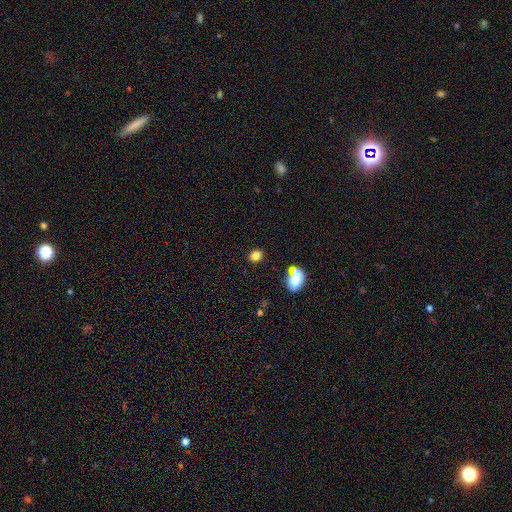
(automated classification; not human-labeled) A smooth galaxy with no disk features (82%) that is round (54%).

Vote fractions:
- Smooth or featured? smooth: 82% / star or artifact: 12% / featured or disk: 5%
- How rounded? round: 54% / in between: 45% / cigar-shaped: 1%
- Merging? none: 84% / minor disturbance: 9% / merger: 5% / major disturbance: 3%